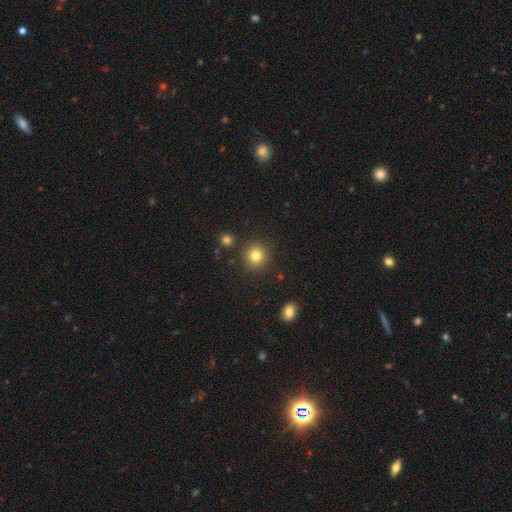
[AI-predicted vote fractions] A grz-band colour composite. It shows a smooth galaxy with no disk features (81%) that is round (91%). Merging: none (88%).